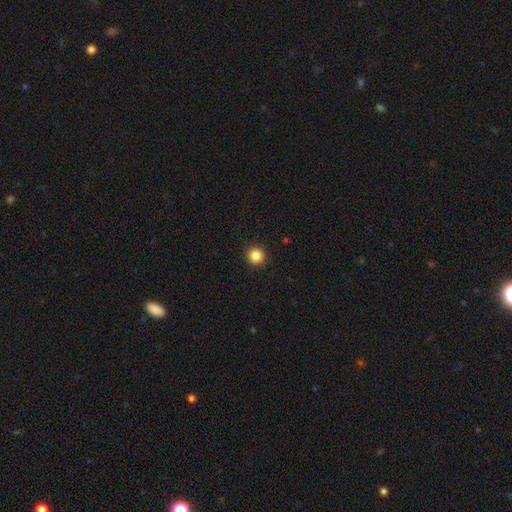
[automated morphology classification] smooth_or_featured: smooth (p=0.86) [alt: star or artifact p=0.11]
how_rounded: round (p=0.95) [alt: in between p=0.04]
merging: none (p=0.93) [alt: minor disturbance p=0.04]